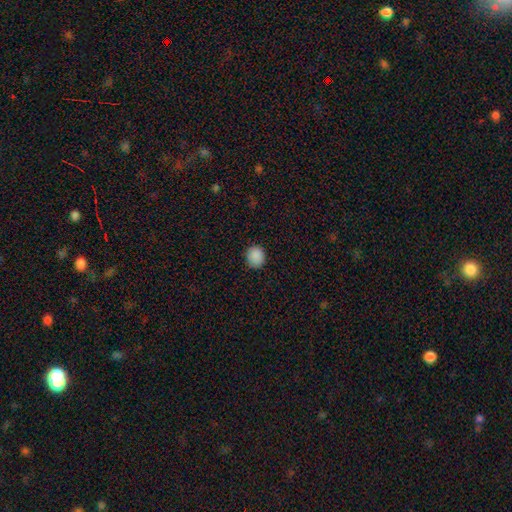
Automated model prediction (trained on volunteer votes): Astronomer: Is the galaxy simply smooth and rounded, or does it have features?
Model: smooth — 89%.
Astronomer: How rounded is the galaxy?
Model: round — 77%.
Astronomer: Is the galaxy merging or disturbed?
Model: none — 88%.